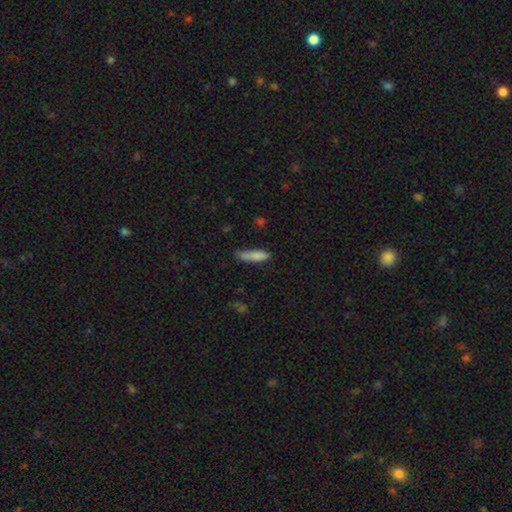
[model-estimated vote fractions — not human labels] This is clearly a smooth galaxy (83%). How rounded: likely cigar-shaped (68%). Merging: possibly none (58%).